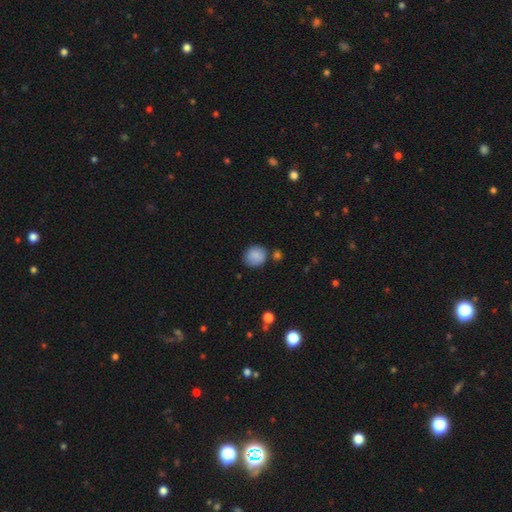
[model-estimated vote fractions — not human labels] Overall: smooth (87%). How rounded: round (80%). Merging: none (76%).